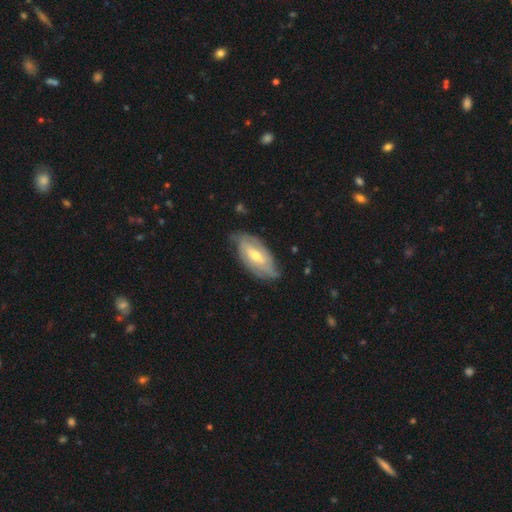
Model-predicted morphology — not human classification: featured or disk 67%, smooth 27%, star or artifact 5%. Down the decision tree: edge-on disk — no (89%); bar — weak (43%); spiral arms — yes (80%); bulge size — moderate (57%); merging — none (67%).